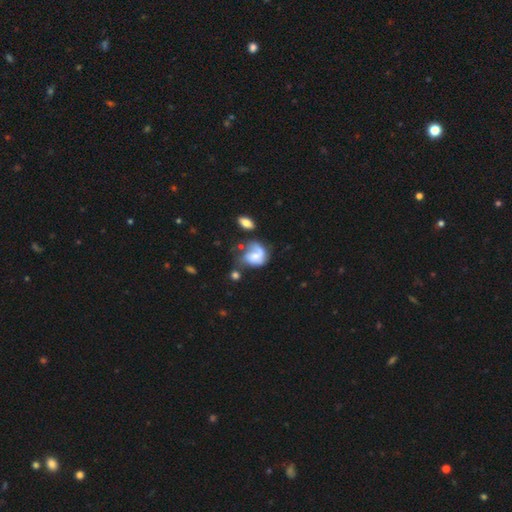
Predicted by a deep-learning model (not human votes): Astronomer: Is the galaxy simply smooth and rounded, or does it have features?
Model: featured or disk — 52% (runner-up: smooth, 40%).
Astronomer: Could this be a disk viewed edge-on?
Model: no — 97%.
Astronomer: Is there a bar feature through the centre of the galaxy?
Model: no — 66%.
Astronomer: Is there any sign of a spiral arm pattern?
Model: yes — 74%.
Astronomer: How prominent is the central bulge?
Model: small — 37% (runner-up: moderate, 28%).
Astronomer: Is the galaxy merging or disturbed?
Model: none — 32% (runner-up: major disturbance, 29%).